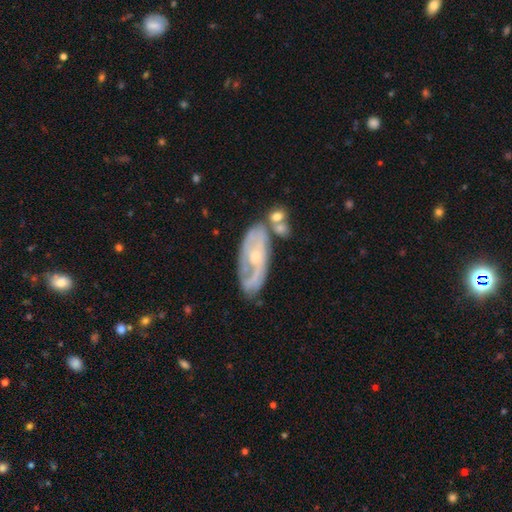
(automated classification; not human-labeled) Q: Smooth or featured?
A: featured or disk (74%); runner-up: smooth (20%)
Q: Edge-on disk?
A: no (88%); runner-up: yes (12%)
Q: Bar?
A: no (66%); runner-up: weak (27%)
Q: Spiral arms?
A: yes (78%); runner-up: no (22%)
Q: Spiral winding?
A: tight (50%); runner-up: medium (35%)
Q: Spiral arm count?
A: 2 (44%); runner-up: can't tell (39%)
Q: Bulge size?
A: small (55%); runner-up: moderate (38%)
Q: Merging?
A: none (56%); runner-up: minor disturbance (20%)